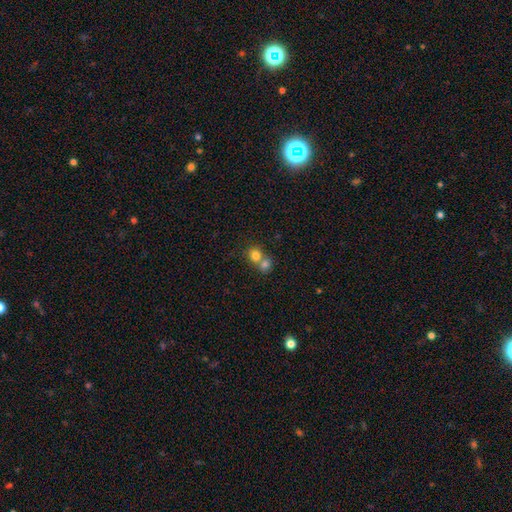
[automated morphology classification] This appears to be a smooth galaxy with no disk features (78%) that is round (82%). Merging: merger (57%).